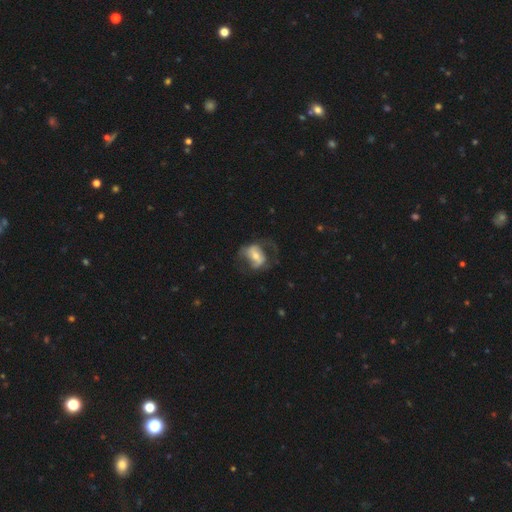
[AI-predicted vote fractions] A featured or disk galaxy (65%) with a strong bar (38%), spiral arms (71%) and a moderate central bulge (53%).

Vote fractions:
- Smooth or featured? featured or disk: 65% / smooth: 28% / star or artifact: 7%
- Edge-on disk? no: 95% / yes: 5%
- Bar? strong: 38% / weak: 35% / no: 27%
- Spiral arms? yes: 71% / no: 29%
- Bulge size? moderate: 53% / small: 36% / large: 7% / none: 3% / dominant: 1%
- Merging? none: 47% / major disturbance: 30% / minor disturbance: 21% / merger: 2%